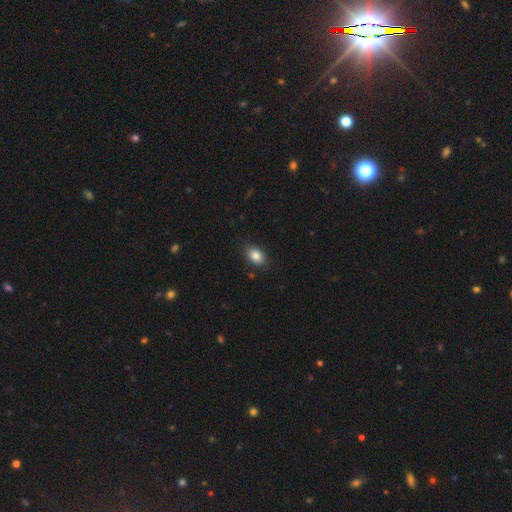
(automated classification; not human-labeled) Q: Smooth or featured?
A: smooth (86%); runner-up: star or artifact (8%)
Q: How rounded?
A: in between (87%); runner-up: round (12%)
Q: Merging?
A: none (87%); runner-up: minor disturbance (10%)